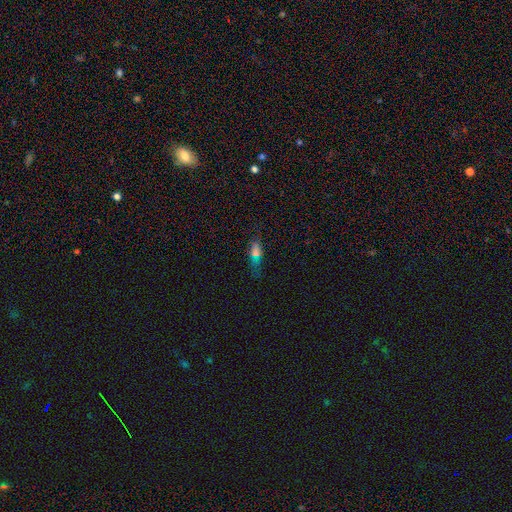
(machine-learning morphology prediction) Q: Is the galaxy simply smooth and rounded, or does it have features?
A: smooth — 56%.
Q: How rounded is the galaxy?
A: in between — 51%.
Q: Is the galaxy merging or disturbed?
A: none — 63%.